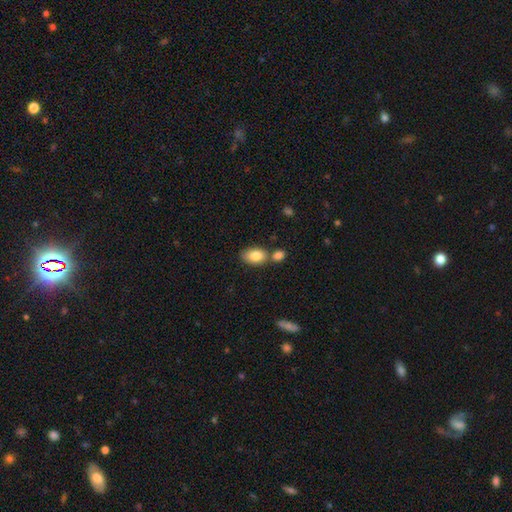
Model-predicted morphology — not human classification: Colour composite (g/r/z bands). It shows a smooth galaxy with no disk features (84%) that is in between round and cigar-shaped (88%). Merging: none (56%).